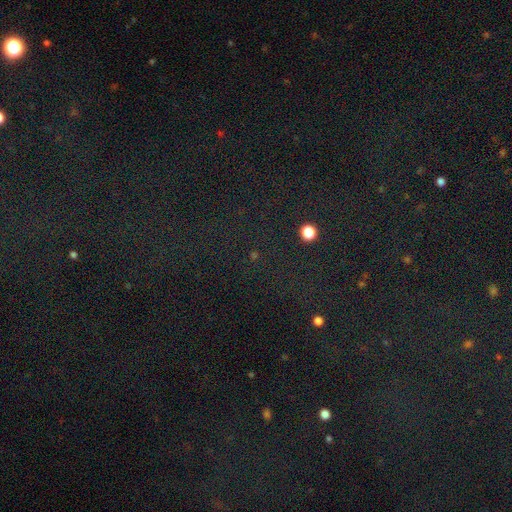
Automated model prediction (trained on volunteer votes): A star or artifact, not a galaxy (81%).